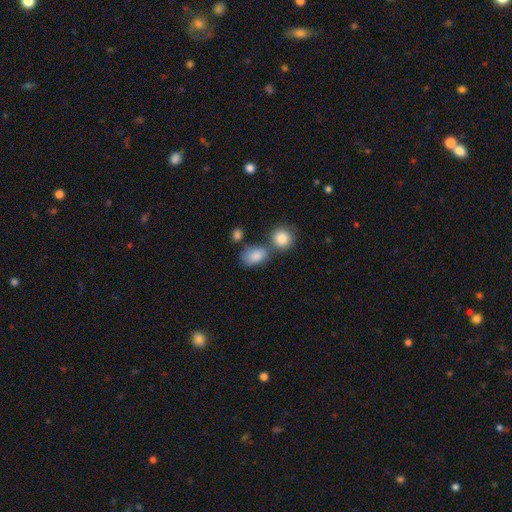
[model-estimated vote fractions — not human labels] This appears to be a smooth galaxy with no disk features (85%) that is in between round and cigar-shaped (78%). Merging: none (47%).